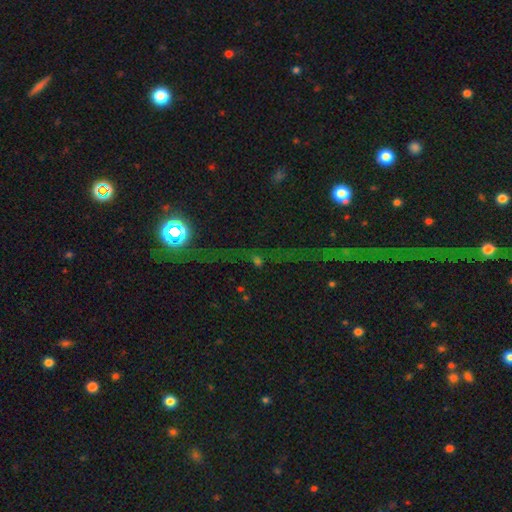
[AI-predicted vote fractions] smooth_or_featured: star or artifact (p=0.76) [alt: smooth p=0.13]